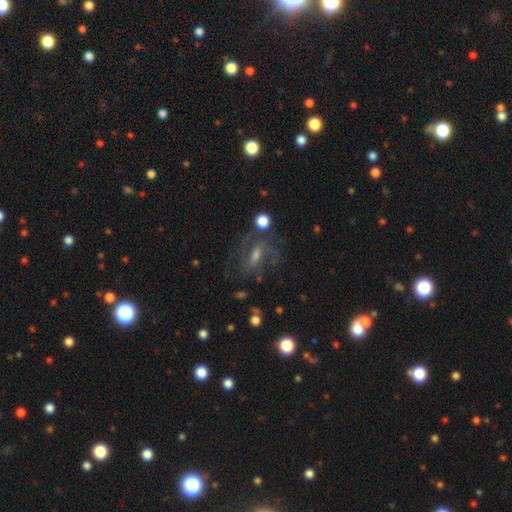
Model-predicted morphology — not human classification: This appears to be a featured or disk galaxy (71%) with a weak bar (51%), 2 (45%) medium (50%) spiral arms (88%) and a moderate central bulge (44%). Merging: none (63%).